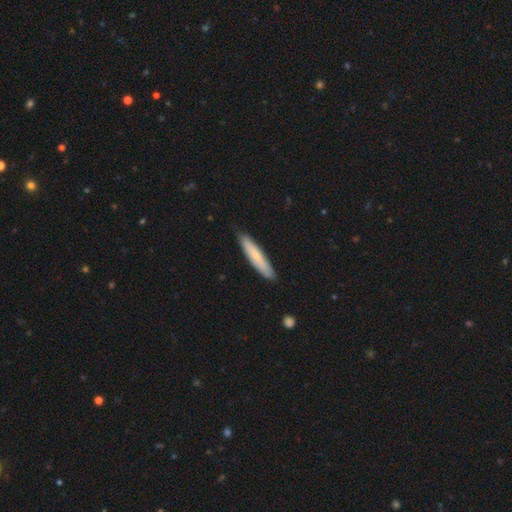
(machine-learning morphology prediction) Overall: smooth (66%; featured or disk 29%). How rounded: cigar-shaped (88%). Merging: none (87%).